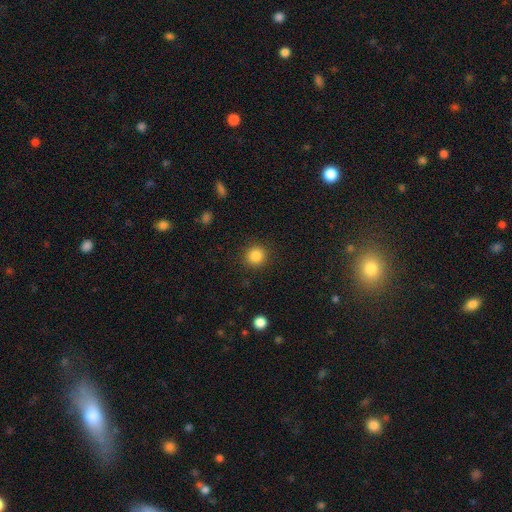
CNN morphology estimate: Smooth or featured? smooth (86%)
How rounded? round (92%)
Merging? none (90%)